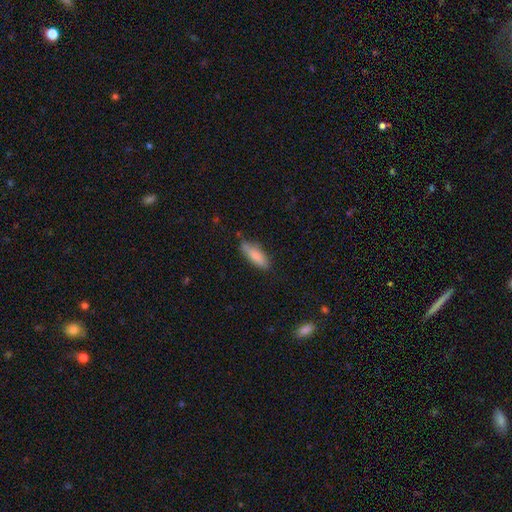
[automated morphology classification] Smooth or featured: smooth — 83% (featured or disk — 10%)
How rounded: in between — 56% (cigar-shaped — 42%)
Merging: none — 70% (minor disturbance — 23%)